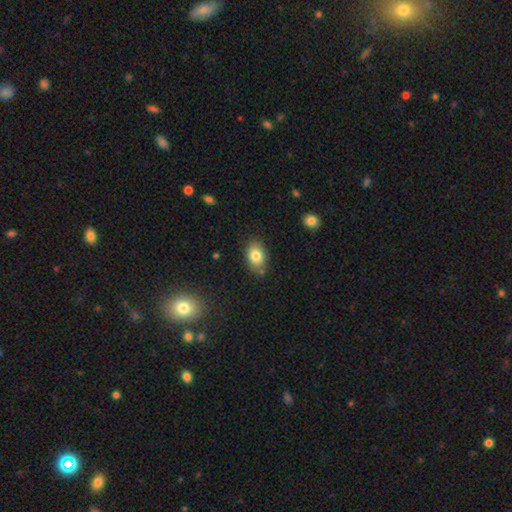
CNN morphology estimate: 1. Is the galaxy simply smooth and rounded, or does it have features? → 81% smooth, 10% featured or disk, 9% star or artifact.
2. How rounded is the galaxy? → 83% in between, 16% round, 1% cigar-shaped.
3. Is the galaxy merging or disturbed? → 79% none, 14% minor disturbance, 4% merger, 3% major disturbance.